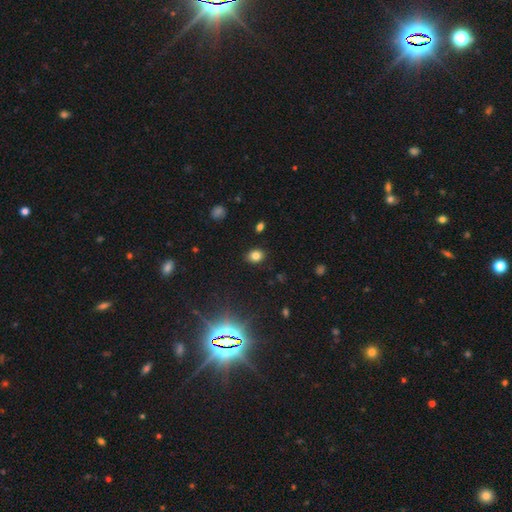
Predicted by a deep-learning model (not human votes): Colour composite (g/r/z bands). It shows a smooth galaxy with no disk features (79%) that is round (52%). Merging: none (88%).